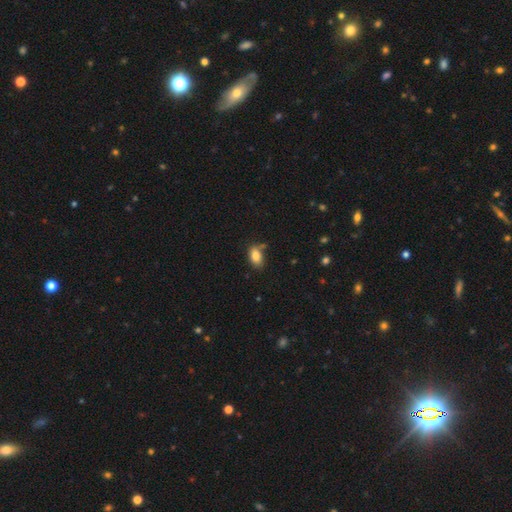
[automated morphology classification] Smooth or featured? smooth (83%)
How rounded? in between (88%)
Merging? none (66%)